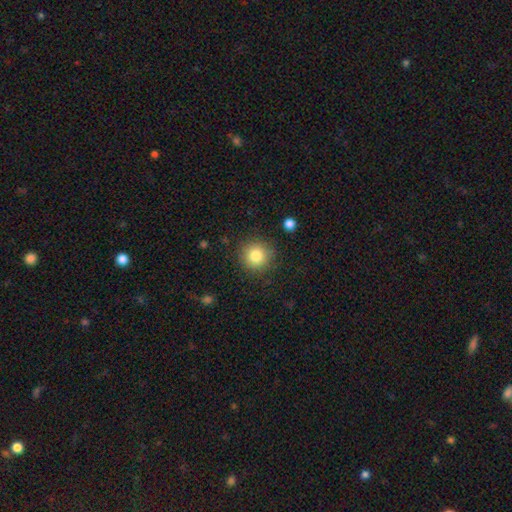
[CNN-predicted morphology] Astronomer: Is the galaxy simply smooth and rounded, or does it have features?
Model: smooth — 82%.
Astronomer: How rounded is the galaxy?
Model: round — 94%.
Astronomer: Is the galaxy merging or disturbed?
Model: none — 88%.